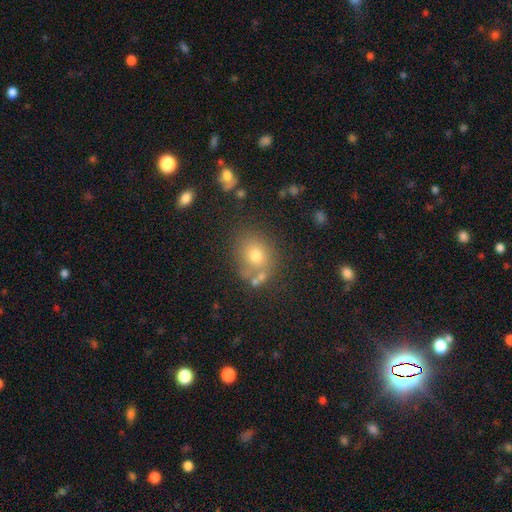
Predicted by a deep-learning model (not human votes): Smooth or featured? smooth (70%)
How rounded? round (64%)
Merging? none (68%)